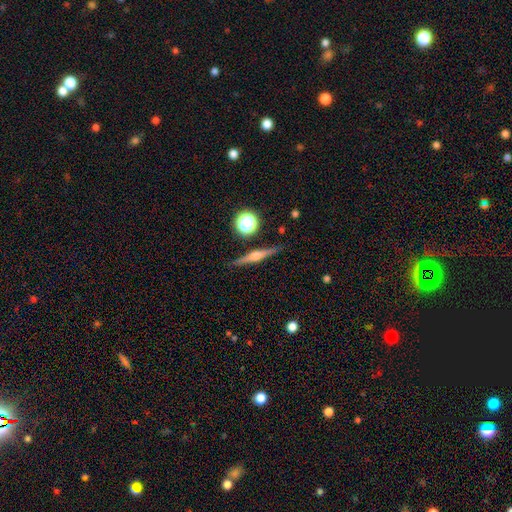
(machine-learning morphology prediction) The model was most divided on "smooth or featured": featured or disk: 74%, smooth: 19%, star or artifact: 8%. More confident: edge-on disk — yes (98%); merging — none (89%); edge-on bulge — rounded (87%).